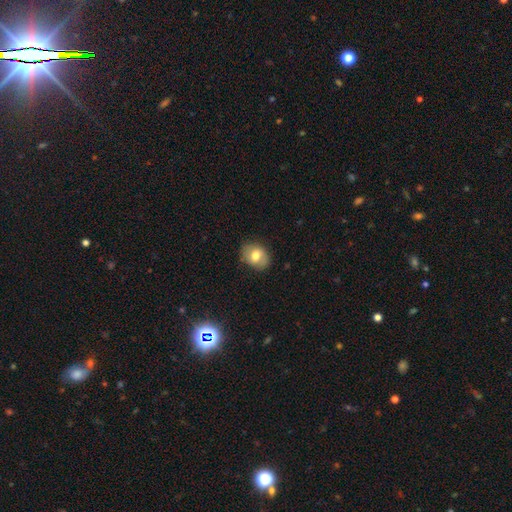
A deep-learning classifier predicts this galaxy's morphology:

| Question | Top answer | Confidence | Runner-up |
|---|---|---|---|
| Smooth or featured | smooth | 71% | featured or disk (21%) |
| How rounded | in between | 57% | round (42%) |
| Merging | none | 78% | minor disturbance (16%) |